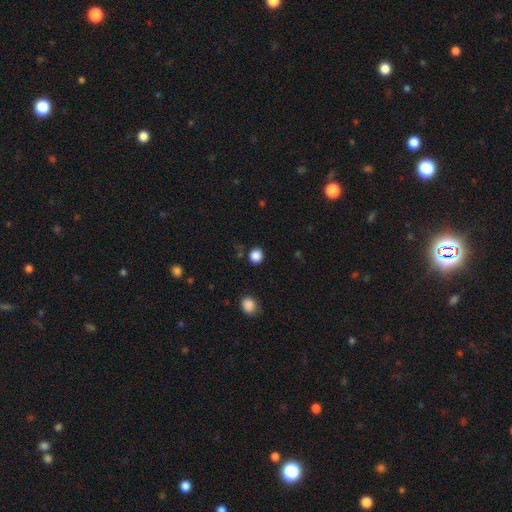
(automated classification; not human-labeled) The model was most divided on "how rounded": round: 86%, in between: 14%, cigar-shaped: 1%. More confident: merging — none (88%); smooth or featured — smooth (85%).